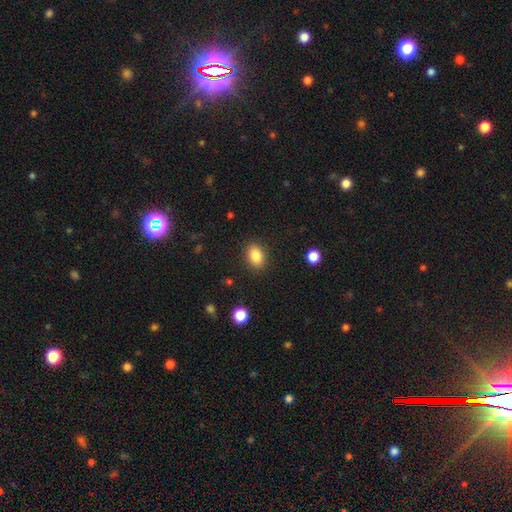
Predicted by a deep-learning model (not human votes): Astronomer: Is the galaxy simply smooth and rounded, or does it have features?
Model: smooth — 85%.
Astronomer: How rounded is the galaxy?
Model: in between — 77%.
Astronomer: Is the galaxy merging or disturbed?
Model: none — 87%.